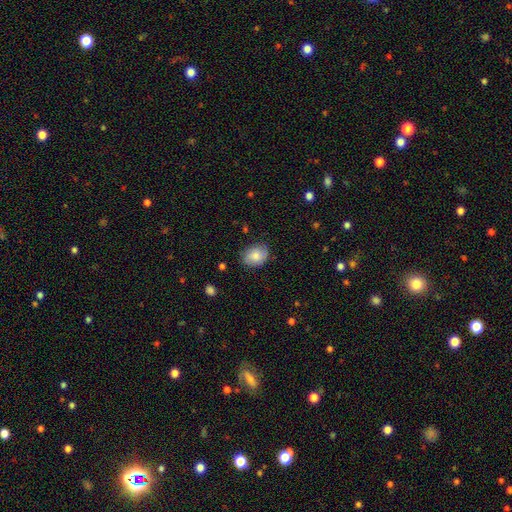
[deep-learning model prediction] smooth 78%, featured or disk 14%, star or artifact 8%. Down the decision tree: how rounded — in between (64%); merging — none (79%).